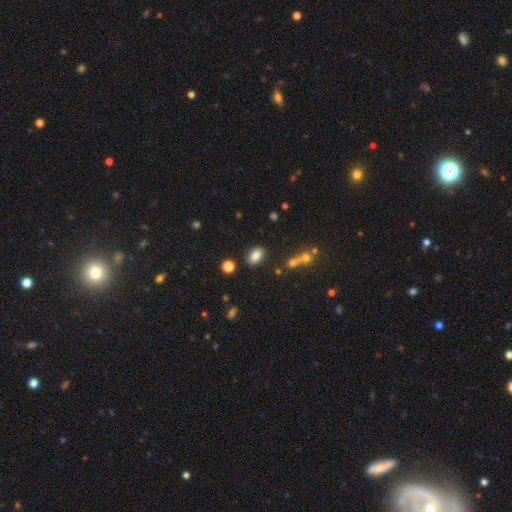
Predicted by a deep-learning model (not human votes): This appears to be a smooth galaxy with no disk features (83%) that is in between round and cigar-shaped (87%). Merging: none (83%).